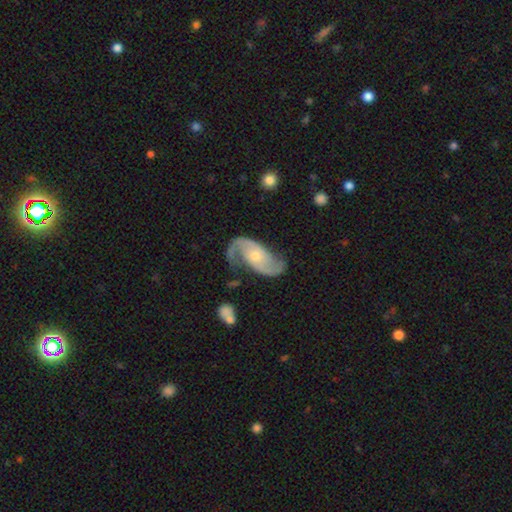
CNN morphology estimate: Overall: featured or disk (90%). Edge-on disk: no (97%). Bar: no (59%; weak 31%). Spiral arms: yes (97%). Spiral arm count: 2 (93%). Spiral winding: medium (46%; loose 39%). Bulge size: small (51%; moderate 43%). Merging: none (71%).